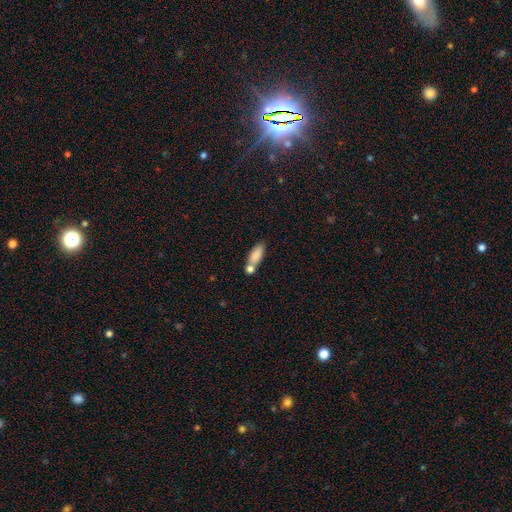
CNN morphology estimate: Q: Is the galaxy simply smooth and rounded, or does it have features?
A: smooth — 83%.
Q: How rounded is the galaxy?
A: in between — 74%.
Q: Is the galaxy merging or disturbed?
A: none — 46%.